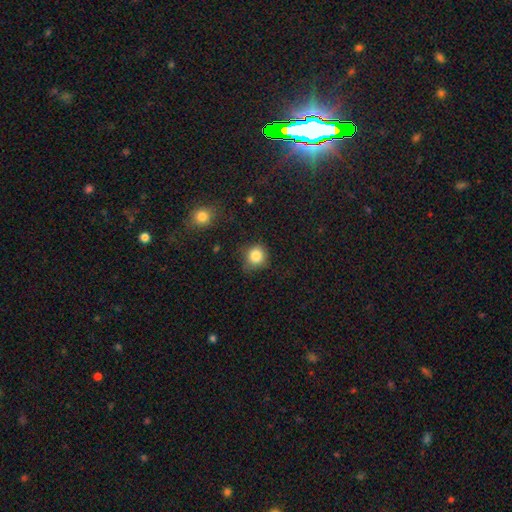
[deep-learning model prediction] smooth 85%, star or artifact 10%, featured or disk 5%. Down the decision tree: how rounded — round (83%); merging — none (66%).